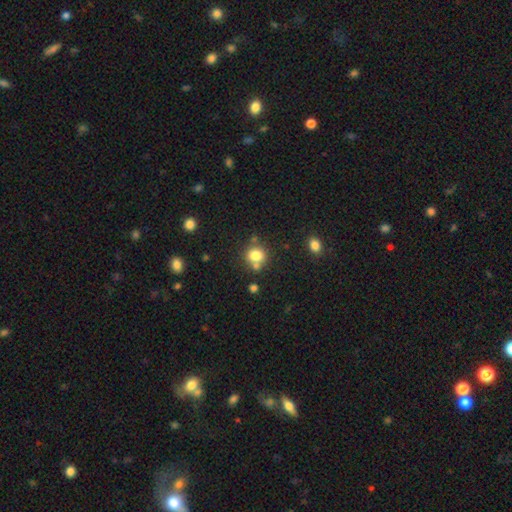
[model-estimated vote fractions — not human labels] Smooth or featured: smooth — 78% (star or artifact — 12%)
How rounded: round — 80% (in between — 19%)
Merging: none — 59% (merger — 24%)